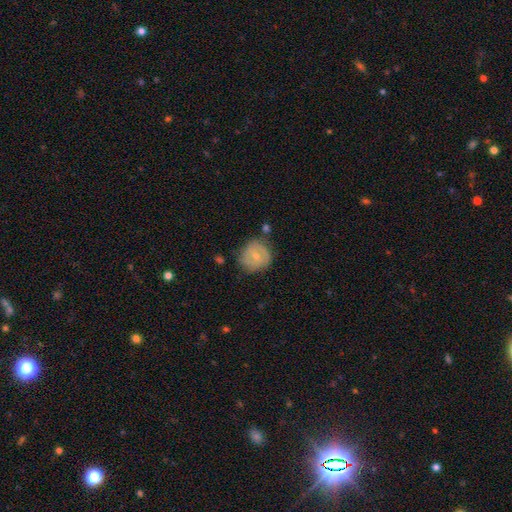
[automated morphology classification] type=smooth (47%, tied with featured or disk); merging=none (63%).